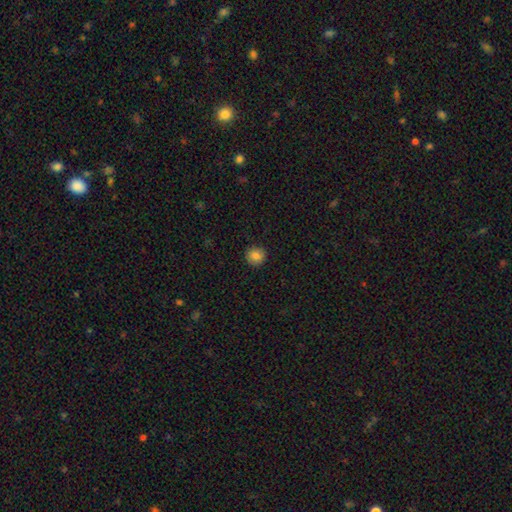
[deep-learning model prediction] Q: Smooth or featured?
A: smooth (85%); runner-up: star or artifact (10%)
Q: How rounded?
A: round (93%); runner-up: in between (6%)
Q: Merging?
A: none (92%); runner-up: minor disturbance (6%)